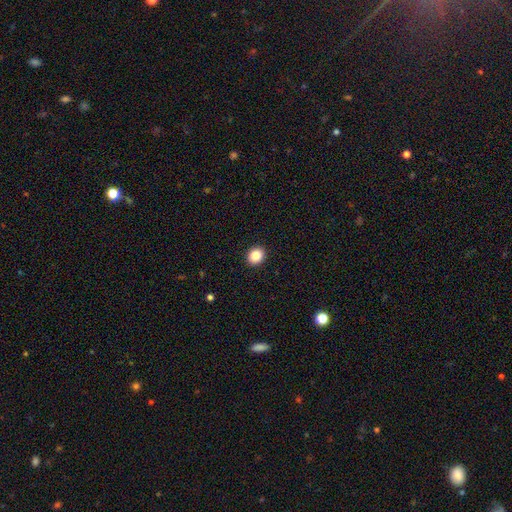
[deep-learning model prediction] Smooth or featured? Predicted: smooth (p=0.86). How rounded? Predicted: round (p=0.64). Merging? Predicted: none (p=0.92).